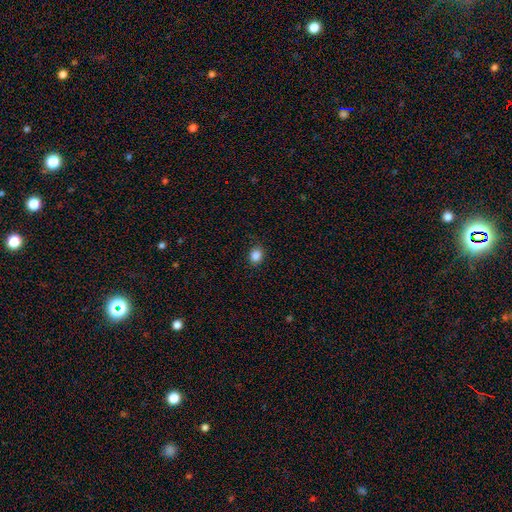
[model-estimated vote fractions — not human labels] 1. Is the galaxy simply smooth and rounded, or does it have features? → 85% smooth, 10% star or artifact, 4% featured or disk.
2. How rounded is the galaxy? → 58% round, 41% in between, 1% cigar-shaped.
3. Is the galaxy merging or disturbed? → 89% none, 8% minor disturbance, 2% major disturbance, 1% merger.